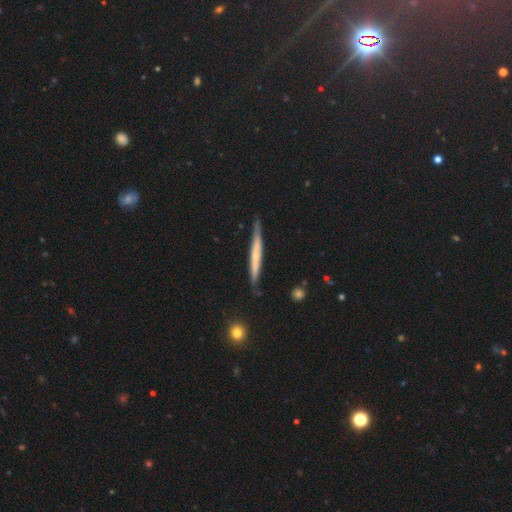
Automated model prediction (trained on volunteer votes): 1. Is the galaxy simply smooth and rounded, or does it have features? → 49% featured or disk, 45% smooth, 5% star or artifact.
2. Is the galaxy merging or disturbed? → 82% none, 14% minor disturbance, 2% major disturbance, 2% merger.